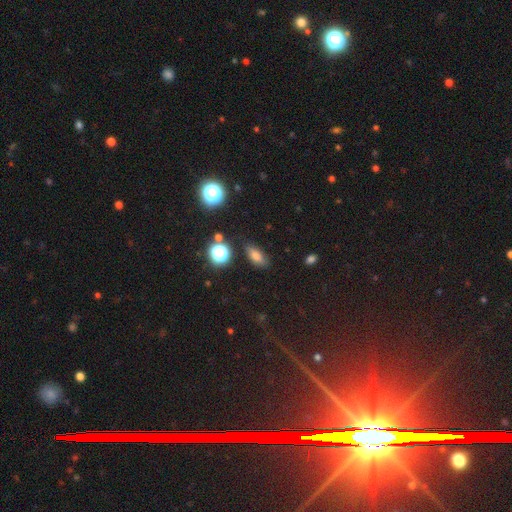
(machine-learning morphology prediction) Overall: smooth (70%). How rounded: in between (73%). Merging: none (82%).